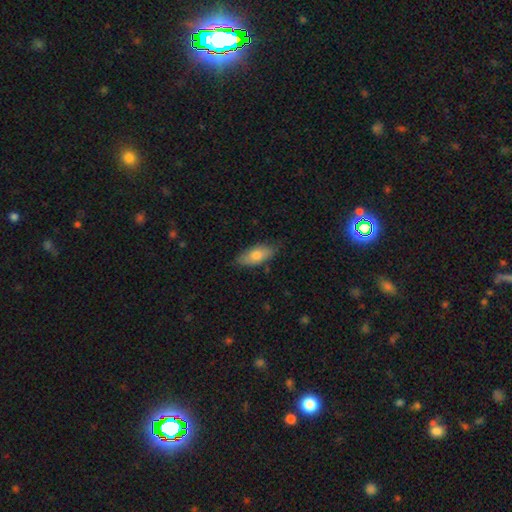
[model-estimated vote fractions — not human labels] smooth-or-featured: smooth: 75% | featured or disk: 18% | star or artifact: 6%
  how-rounded: in between: 85% | cigar-shaped: 13% | round: 3%
  merging: none: 77% | minor disturbance: 18% | major disturbance: 3% | merger: 1%